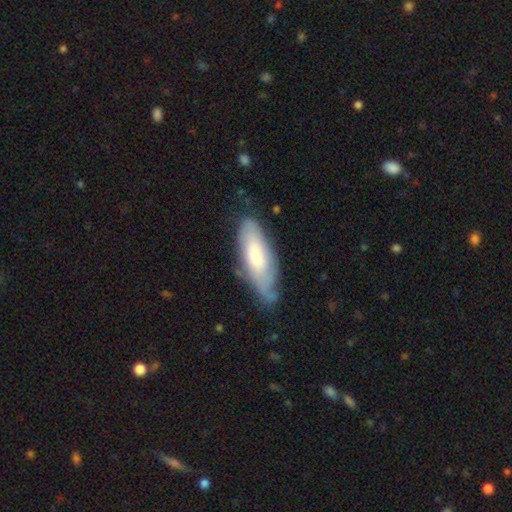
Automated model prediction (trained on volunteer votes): smooth_or_featured: smooth (p=0.59) [alt: featured or disk p=0.35]
how_rounded: in between (p=0.64) [alt: cigar-shaped p=0.35]
merging: none (p=0.58) [alt: minor disturbance p=0.31]